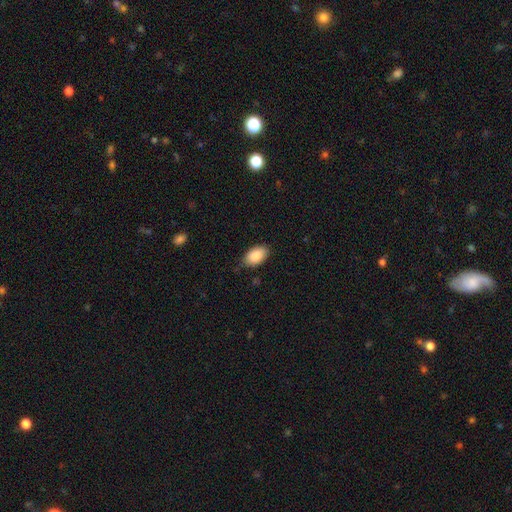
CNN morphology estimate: Overall: smooth (88%). How rounded: in between (93%). Merging: none (79%).